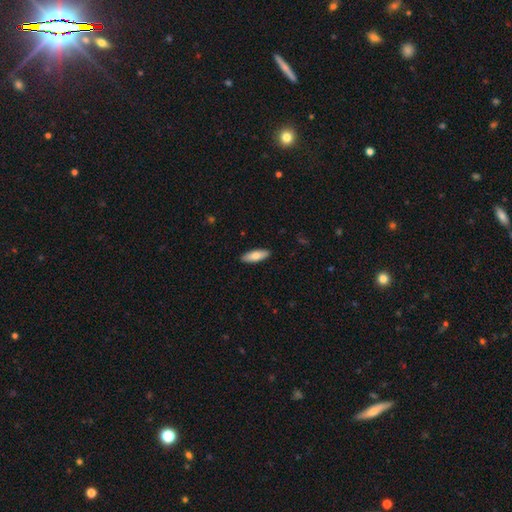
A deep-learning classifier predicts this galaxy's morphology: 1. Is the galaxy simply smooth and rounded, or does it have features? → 80% smooth, 15% featured or disk, 6% star or artifact.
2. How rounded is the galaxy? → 63% in between, 35% cigar-shaped, 2% round.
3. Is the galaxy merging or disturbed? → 90% none, 7% minor disturbance, 2% major disturbance, 1% merger.